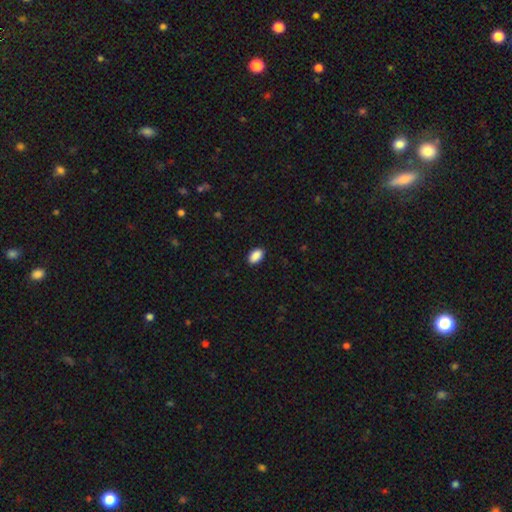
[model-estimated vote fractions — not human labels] A smooth galaxy with no disk features (90%) that is in between round and cigar-shaped (93%). Merging: none (89%).